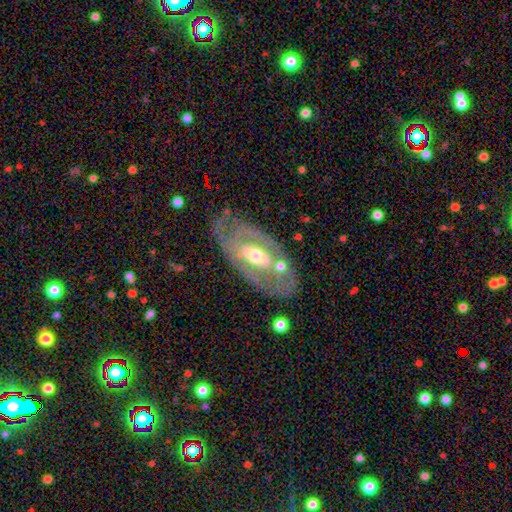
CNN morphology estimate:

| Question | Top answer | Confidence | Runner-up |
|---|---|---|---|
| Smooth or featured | featured or disk | 76% | smooth (18%) |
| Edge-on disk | no | 90% | yes (10%) |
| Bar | no | 51% | weak (29%) |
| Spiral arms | yes | 53% | no (47%) |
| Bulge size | moderate | 60% | small (30%) |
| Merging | none | 68% | minor disturbance (18%) |